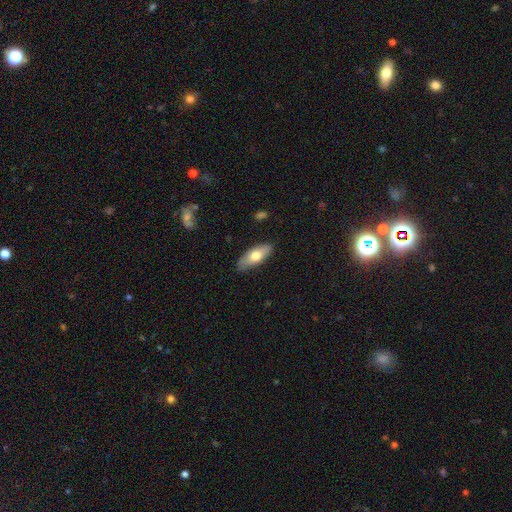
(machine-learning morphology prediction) This appears to be a smooth galaxy with no disk features (65%) that is in between round and cigar-shaped (76%). Merging: none (82%).